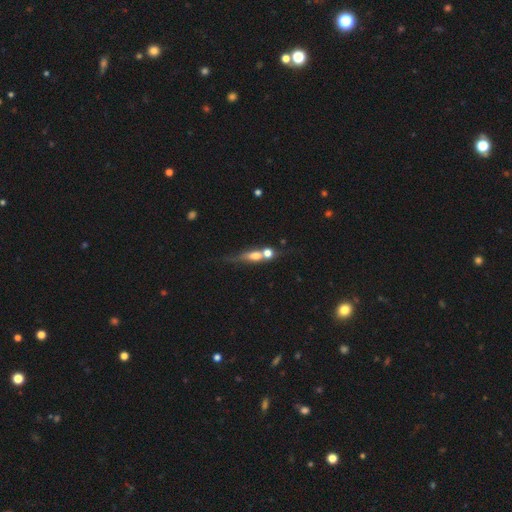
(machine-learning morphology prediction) This appears to be a smooth galaxy with no disk features (44%, tied with featured or disk). Merging: merger (40%).